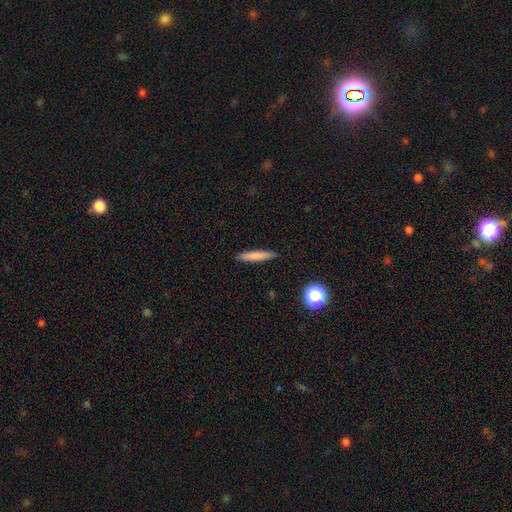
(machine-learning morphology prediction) Smooth or featured? smooth (78%)
How rounded? cigar-shaped (91%)
Merging? none (90%)